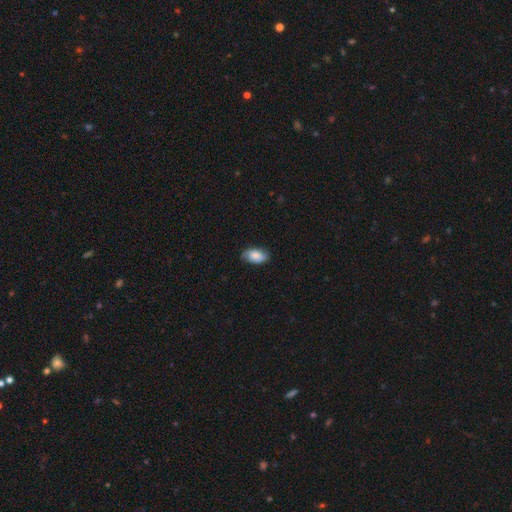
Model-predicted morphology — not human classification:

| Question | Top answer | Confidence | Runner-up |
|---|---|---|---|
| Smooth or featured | smooth | 76% | featured or disk (17%) |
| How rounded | in between | 93% | round (5%) |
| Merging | none | 78% | minor disturbance (18%) |